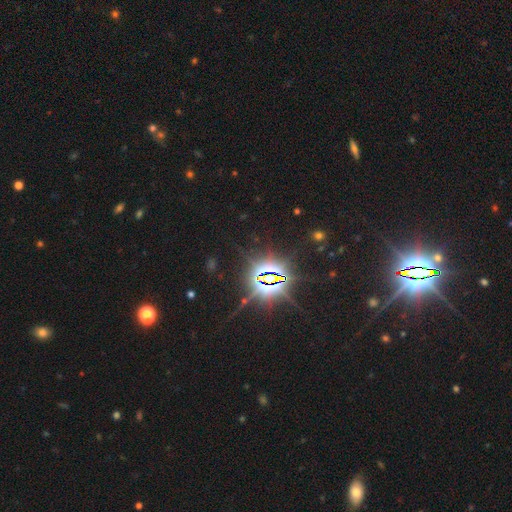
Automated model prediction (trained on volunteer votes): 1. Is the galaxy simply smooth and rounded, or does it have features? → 85% star or artifact, 8% smooth, 7% featured or disk.